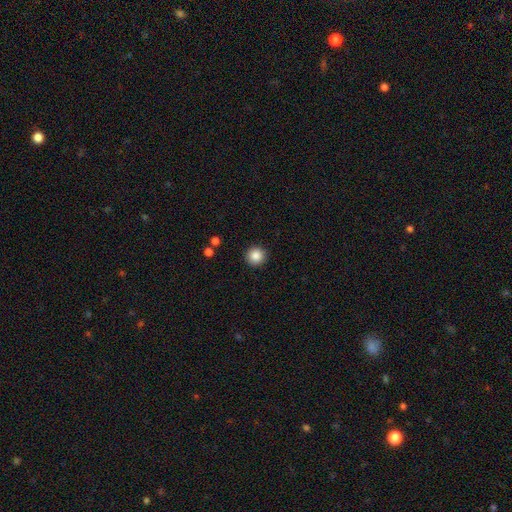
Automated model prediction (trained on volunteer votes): smooth_or_featured: smooth (p=0.86) [alt: star or artifact p=0.09]
how_rounded: round (p=0.95) [alt: in between p=0.04]
merging: none (p=0.92) [alt: minor disturbance p=0.05]